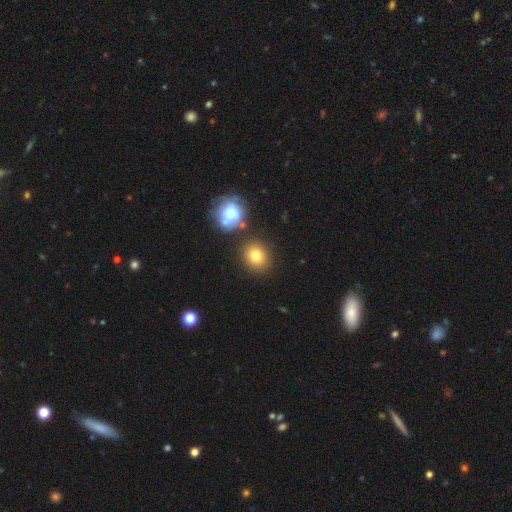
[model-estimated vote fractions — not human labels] Q: Smooth or featured?
A: smooth (78%); runner-up: star or artifact (12%)
Q: How rounded?
A: round (79%); runner-up: in between (20%)
Q: Merging?
A: none (80%); runner-up: minor disturbance (9%)